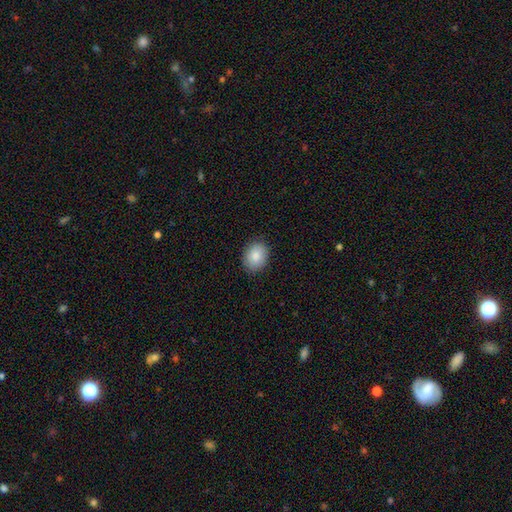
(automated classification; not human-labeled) This appears to be a smooth galaxy with no disk features (87%) that is in between round and cigar-shaped (61%). Merging: none (88%).